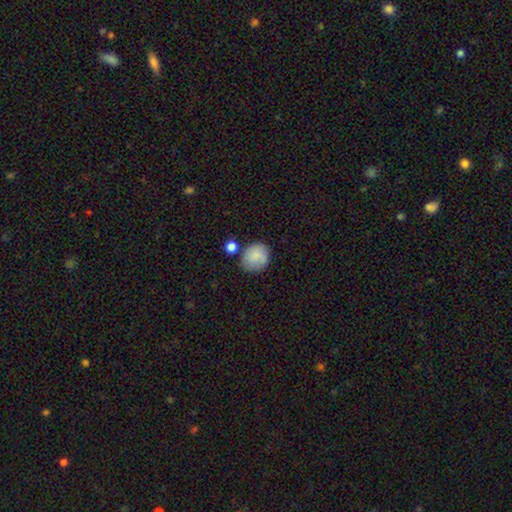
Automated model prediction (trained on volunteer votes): smooth-or-featured: smooth: 84% | featured or disk: 9% | star or artifact: 8%
  how-rounded: round: 72% | in between: 27% | cigar-shaped: 1%
  merging: none: 64% | minor disturbance: 20% | merger: 10% | major disturbance: 6%